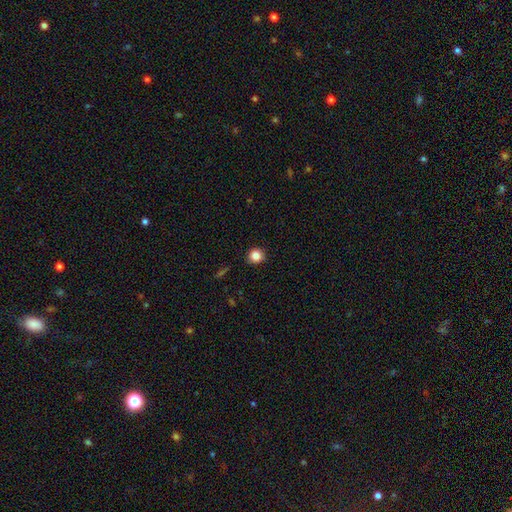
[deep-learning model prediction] A smooth galaxy with no disk features (84%) that is round (90%).

Vote fractions:
- Smooth or featured? smooth: 84% / star or artifact: 11% / featured or disk: 5%
- How rounded? round: 90% / in between: 9% / cigar-shaped: 1%
- Merging? none: 91% / minor disturbance: 7% / major disturbance: 2% / merger: 1%